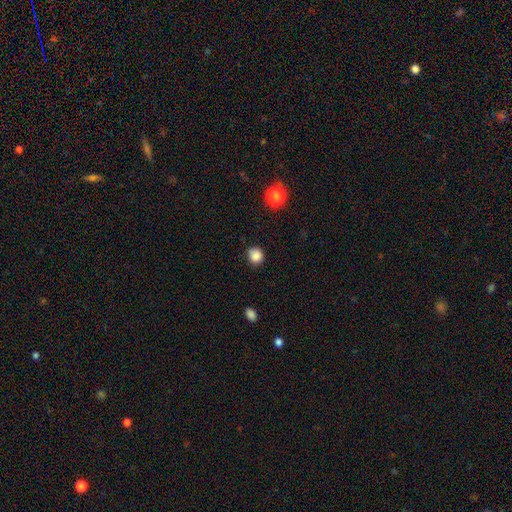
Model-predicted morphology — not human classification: Smooth or featured? Predicted: smooth (p=0.86). How rounded? Predicted: round (p=0.81). Merging? Predicted: none (p=0.83).